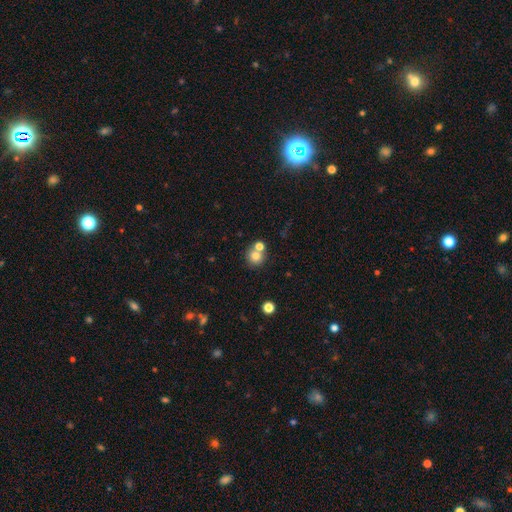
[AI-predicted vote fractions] A smooth galaxy with no disk features (76%) that is round (87%).

Vote fractions:
- Smooth or featured? smooth: 76% / star or artifact: 12% / featured or disk: 12%
- How rounded? round: 87% / in between: 12% / cigar-shaped: 1%
- Merging? none: 55% / merger: 35% / minor disturbance: 7% / major disturbance: 3%